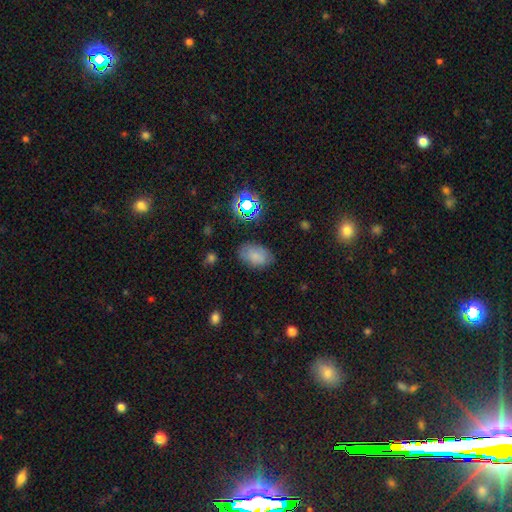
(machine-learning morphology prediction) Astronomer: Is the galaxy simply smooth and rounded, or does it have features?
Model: smooth — 77%.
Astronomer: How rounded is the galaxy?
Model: in between — 89%.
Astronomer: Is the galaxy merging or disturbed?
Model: none — 79%.